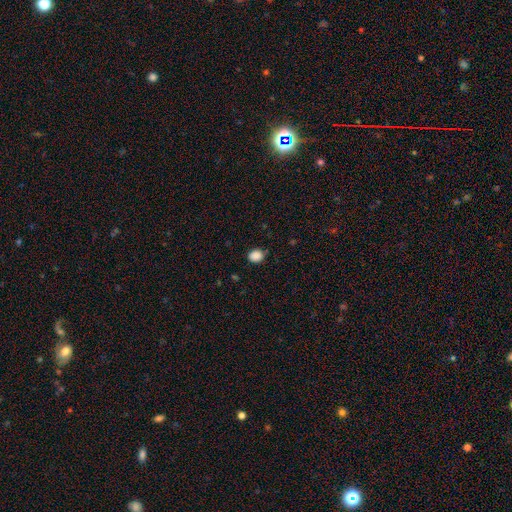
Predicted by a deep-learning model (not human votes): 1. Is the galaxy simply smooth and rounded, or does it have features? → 88% smooth, 10% star or artifact, 3% featured or disk.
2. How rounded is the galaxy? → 61% round, 38% in between, 1% cigar-shaped.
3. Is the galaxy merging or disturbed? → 82% none, 14% minor disturbance, 3% major disturbance, 1% merger.